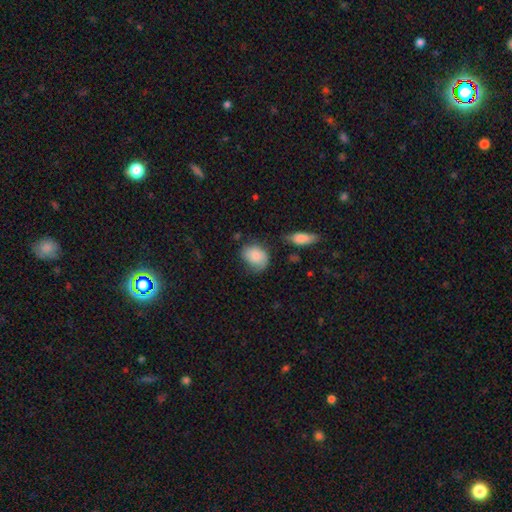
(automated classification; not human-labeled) Smooth or featured? Predicted: smooth (p=0.77). How rounded? Predicted: in between (p=0.61). Merging? Predicted: none (p=0.50).